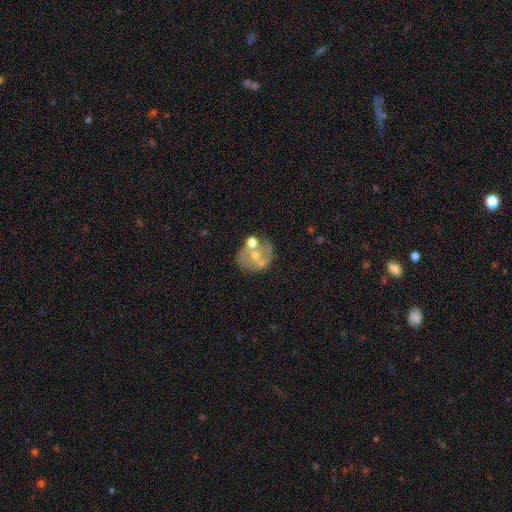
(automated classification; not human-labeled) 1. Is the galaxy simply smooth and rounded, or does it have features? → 56% featured or disk, 32% smooth, 12% star or artifact.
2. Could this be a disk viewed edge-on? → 97% no, 3% yes.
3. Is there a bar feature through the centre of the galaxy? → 71% no, 20% weak, 9% strong.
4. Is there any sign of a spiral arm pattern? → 71% no, 29% yes.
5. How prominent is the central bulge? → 50% moderate, 40% small, 6% none, 2% large, 1% dominant.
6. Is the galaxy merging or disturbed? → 50% none, 25% merger, 15% minor disturbance, 9% major disturbance.